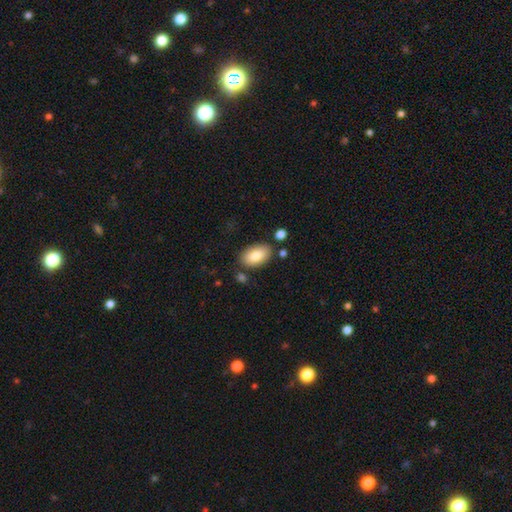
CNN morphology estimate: type=smooth (83%); roundness=in between (93%); merging=none (81%).